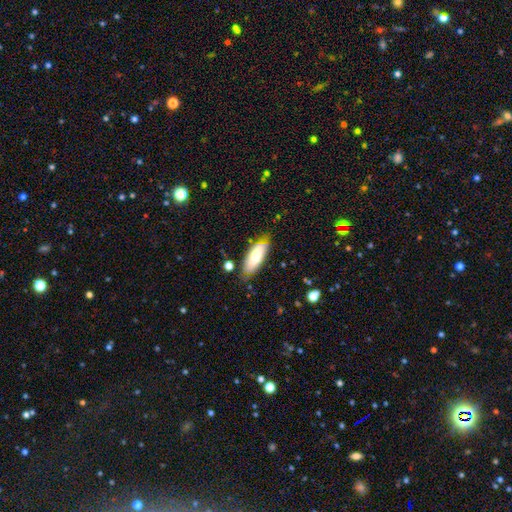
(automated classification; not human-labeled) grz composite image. It shows a smooth galaxy with no disk features (70%) that is in between round and cigar-shaped (74%). Merging: none (76%).